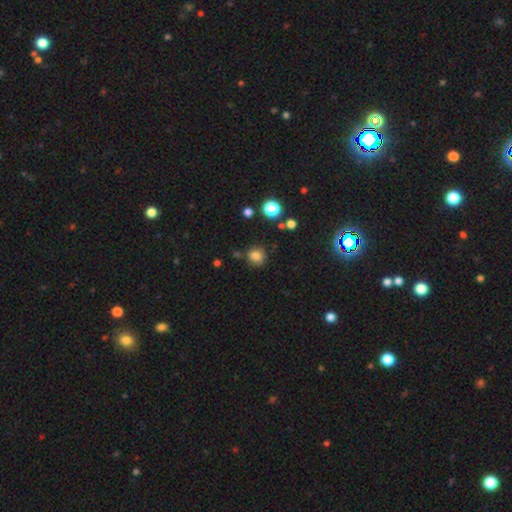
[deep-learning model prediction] smooth-or-featured: smooth: 81% | star or artifact: 14% | featured or disk: 5%
  how-rounded: round: 84% | in between: 16% | cigar-shaped: 1%
  merging: none: 79% | minor disturbance: 12% | merger: 5% | major disturbance: 3%